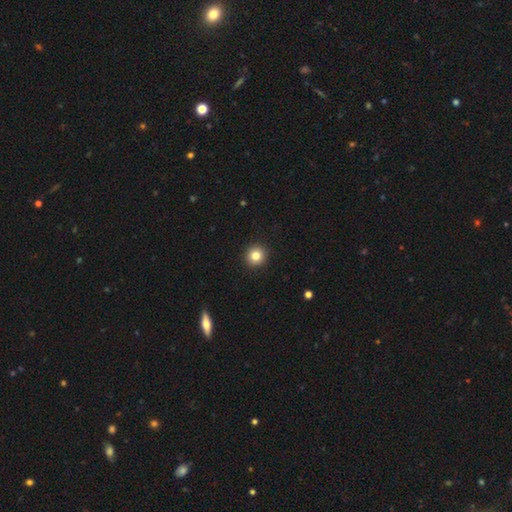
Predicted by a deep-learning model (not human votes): This appears to be a smooth galaxy with no disk features (83%) that is round (93%). Merging: none (93%).